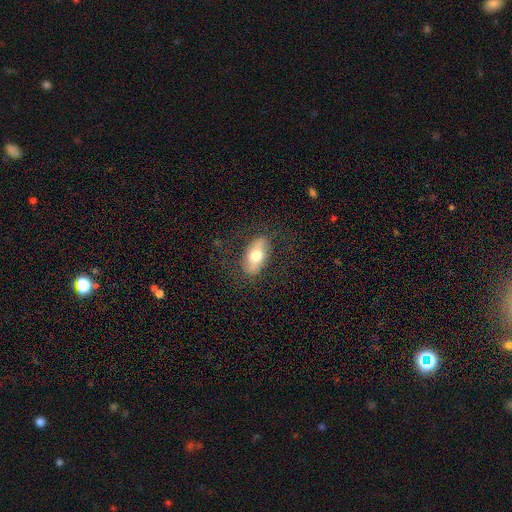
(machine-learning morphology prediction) smooth 62%, featured or disk 32%, star or artifact 7%. Down the decision tree: how rounded — in between (90%); merging — none (80%).